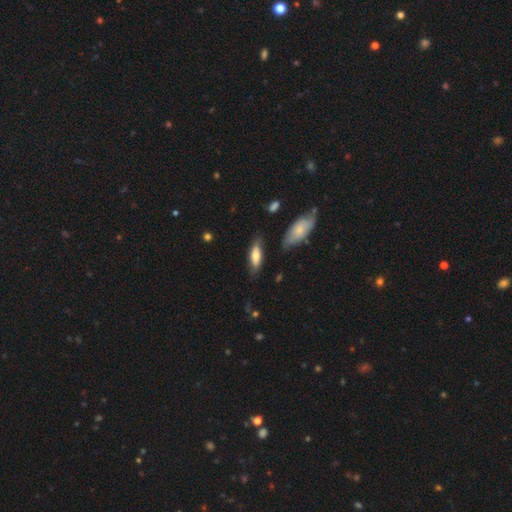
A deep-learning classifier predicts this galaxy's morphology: Smooth or featured: smooth — 68% (featured or disk — 25%)
How rounded: in between — 61% (cigar-shaped — 37%)
Merging: none — 72% (minor disturbance — 20%)